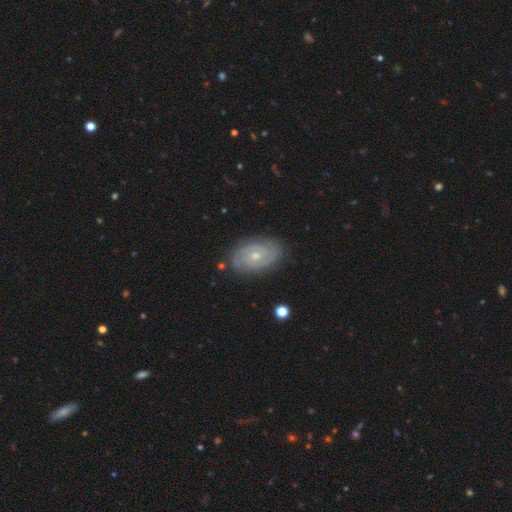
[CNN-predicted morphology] The model was most divided on "bulge size": small: 56%, moderate: 41%, none: 1%, large: 1%, dominant: 1%. More confident: edge-on disk — no (96%); spiral arms — yes (95%); smooth or featured — featured or disk (83%); merging — none (83%); spiral winding — tight (73%); spiral arm count — 2 (65%); bar — no (64%).